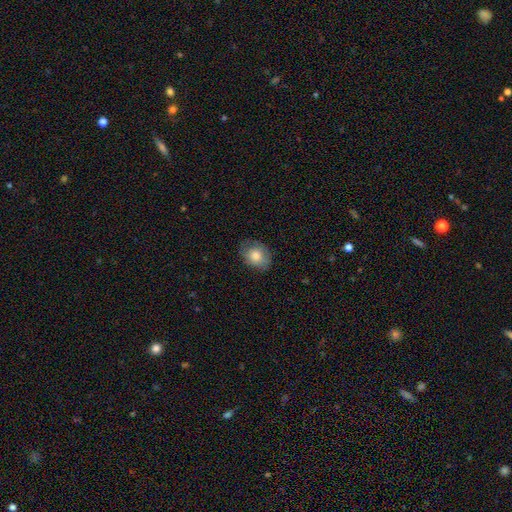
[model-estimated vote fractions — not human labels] This appears to be a smooth galaxy with no disk features (77%) that is in between round and cigar-shaped (61%). Merging: none (73%).